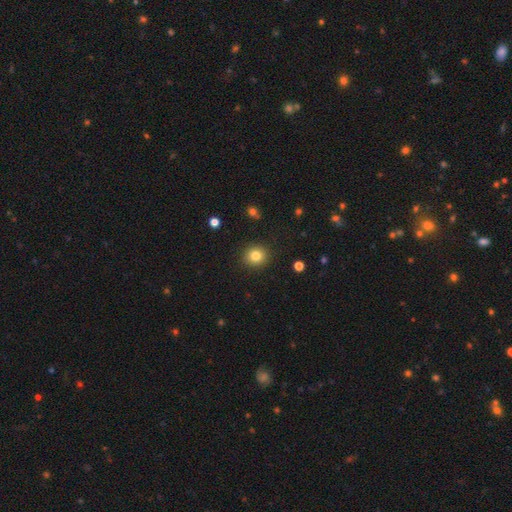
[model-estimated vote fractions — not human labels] This appears to be a smooth galaxy with no disk features (82%) that is round (87%). Merging: none (91%).